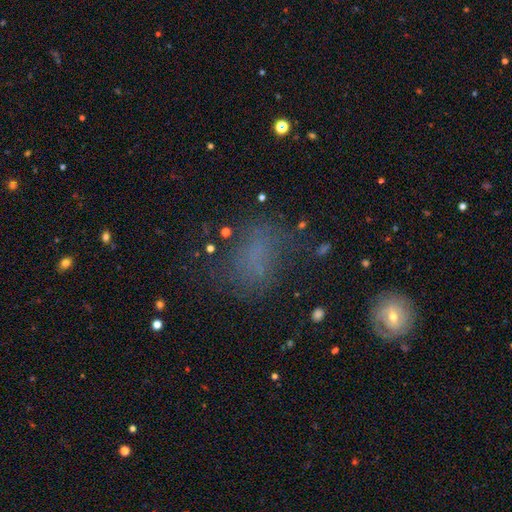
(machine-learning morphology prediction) A smooth galaxy with no disk features (55%) that is in between round and cigar-shaped (68%).

Vote fractions:
- Smooth or featured? smooth: 55% / star or artifact: 27% / featured or disk: 17%
- How rounded? in between: 68% / round: 28% / cigar-shaped: 4%
- Merging? none: 57% / minor disturbance: 20% / major disturbance: 20% / merger: 3%